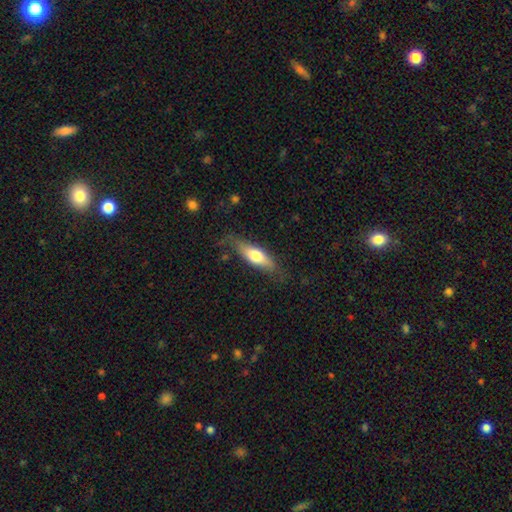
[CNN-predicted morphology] type=smooth (60%); roundness=in between (52%); merging=none (69%).